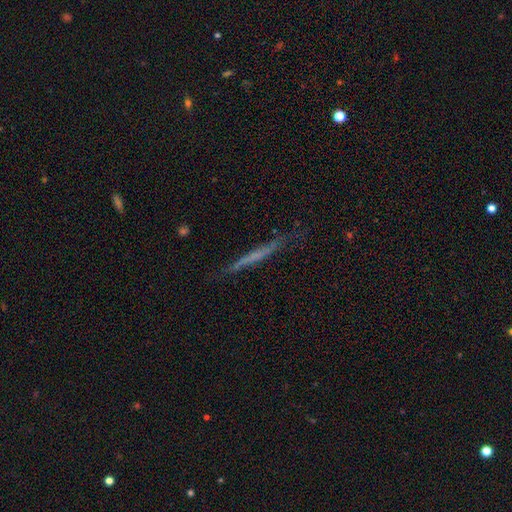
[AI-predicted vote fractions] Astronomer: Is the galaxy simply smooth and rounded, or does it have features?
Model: featured or disk — 51% (runner-up: smooth, 41%).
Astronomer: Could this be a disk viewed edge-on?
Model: yes — 93%.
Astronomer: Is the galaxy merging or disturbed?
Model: none — 79%.